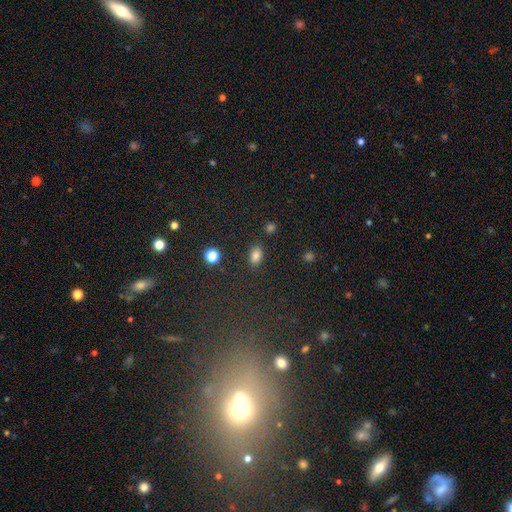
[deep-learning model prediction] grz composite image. It shows a smooth galaxy with no disk features (82%) that is in between round and cigar-shaped (85%). Merging: none (83%).